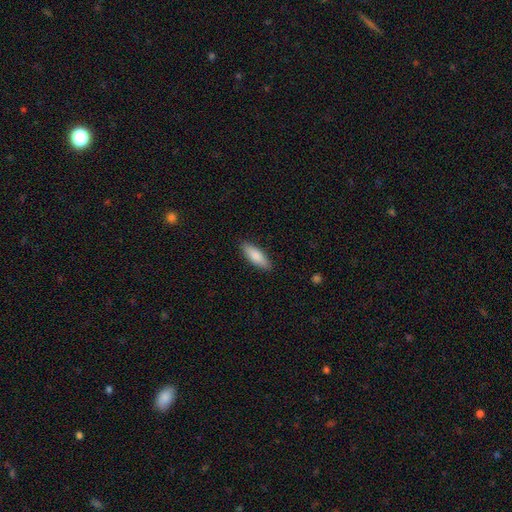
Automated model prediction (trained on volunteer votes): Morphology: type=smooth (85%); roundness=in between (57%); merging=none (88%).